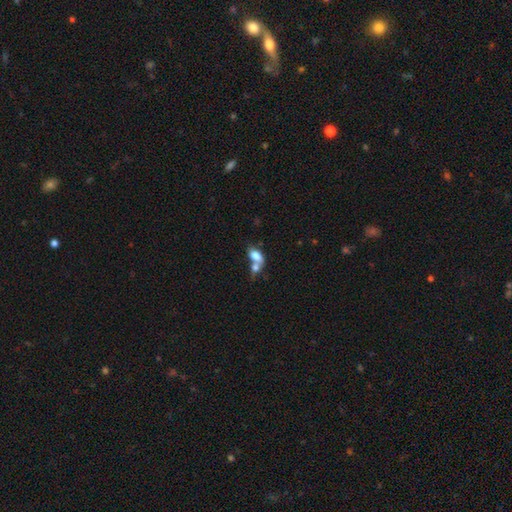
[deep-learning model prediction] Morphology: type=smooth (75%); roundness=in between (85%); merging=merger (68%).